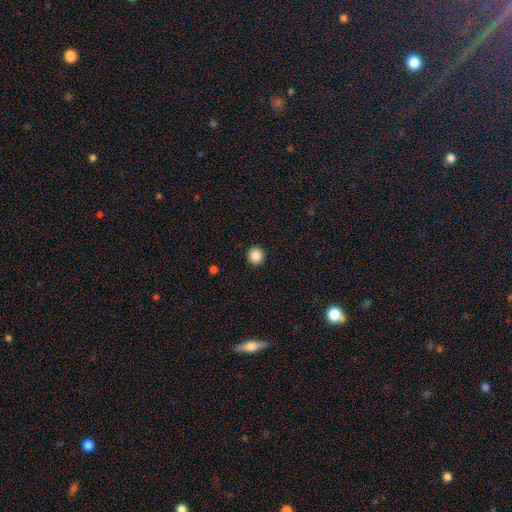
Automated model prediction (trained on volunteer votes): smooth_or_featured: smooth (p=0.86) [alt: star or artifact p=0.10]
how_rounded: round (p=0.95) [alt: in between p=0.04]
merging: none (p=0.93) [alt: minor disturbance p=0.04]